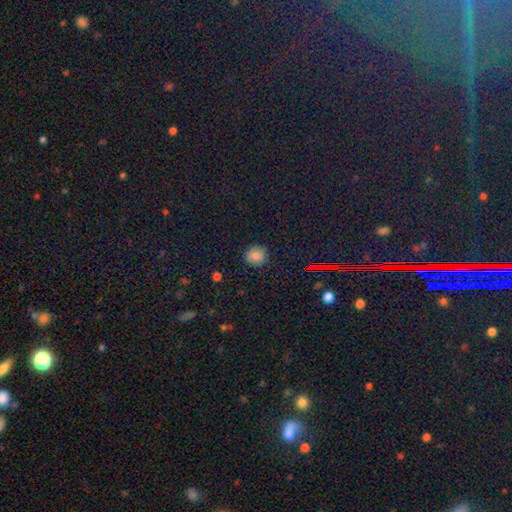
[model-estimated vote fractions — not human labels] A smooth galaxy with no disk features (83%) that is round (86%).

Vote fractions:
- Smooth or featured? smooth: 83% / star or artifact: 12% / featured or disk: 5%
- How rounded? round: 86% / in between: 13% / cigar-shaped: 1%
- Merging? none: 87% / minor disturbance: 9% / major disturbance: 3% / merger: 1%